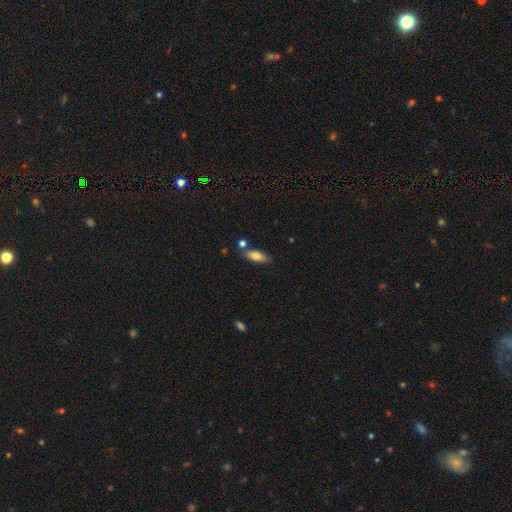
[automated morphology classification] This is likely a smooth galaxy (70%). How rounded: likely in between (67%). Merging: likely none (75%).